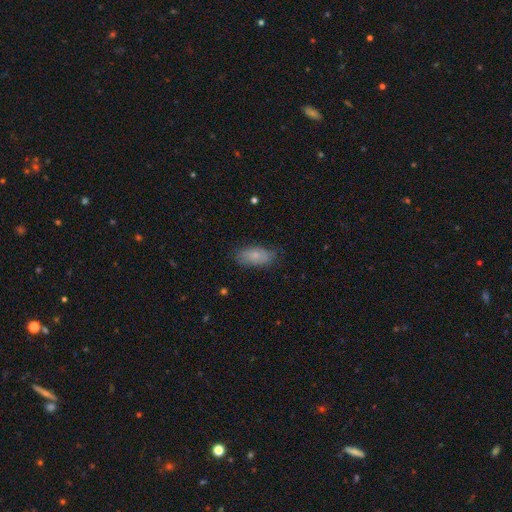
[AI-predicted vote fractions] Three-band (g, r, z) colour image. It shows a smooth galaxy with no disk features (72%) that is in between round and cigar-shaped (90%). Merging: none (75%).